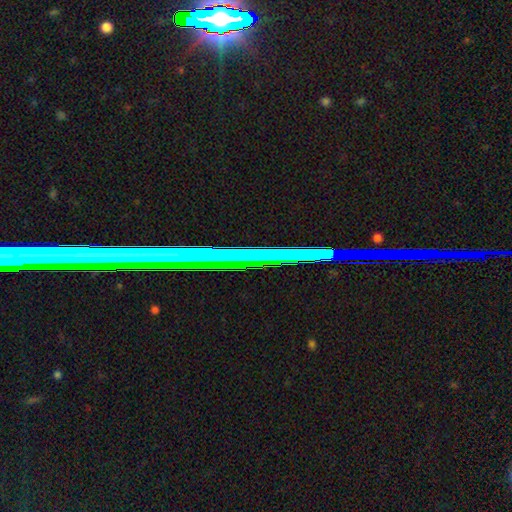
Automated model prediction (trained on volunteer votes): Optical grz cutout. It shows a star or artifact, not a galaxy (72%).